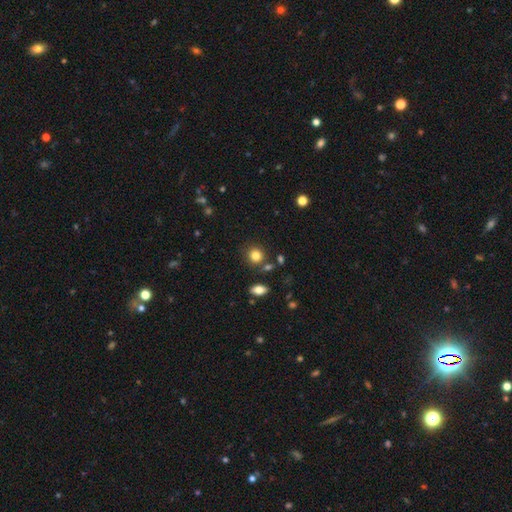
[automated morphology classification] smooth-or-featured: smooth: 82% | star or artifact: 11% | featured or disk: 7%
  how-rounded: round: 85% | in between: 13% | cigar-shaped: 1%
  merging: none: 81% | minor disturbance: 9% | merger: 7% | major disturbance: 3%